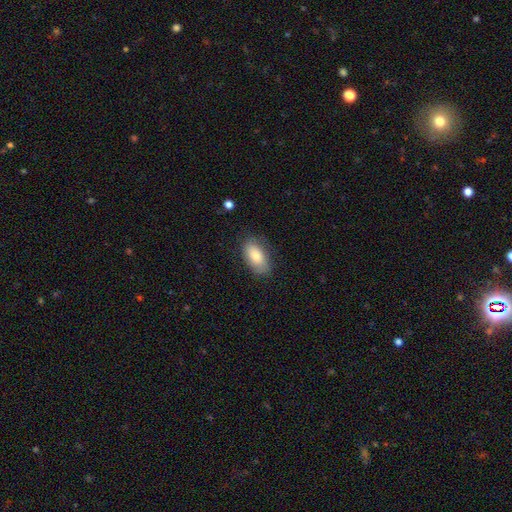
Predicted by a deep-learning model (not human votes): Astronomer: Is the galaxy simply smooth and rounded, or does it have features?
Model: smooth — 82%.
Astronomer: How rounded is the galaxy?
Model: in between — 92%.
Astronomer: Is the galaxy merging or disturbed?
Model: none — 76%.